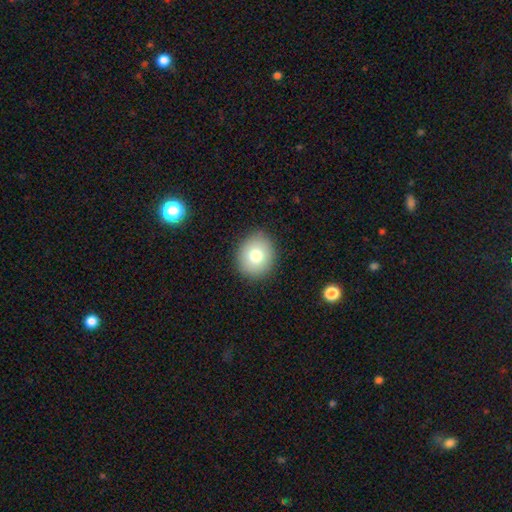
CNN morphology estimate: type=smooth (78%); roundness=round (76%); merging=none (89%).